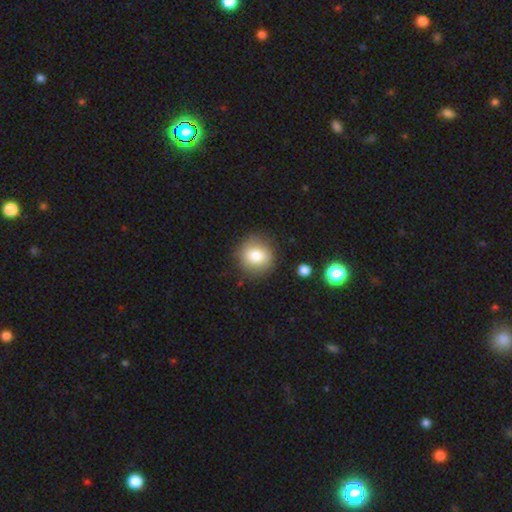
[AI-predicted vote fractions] Smooth or featured?
  - smooth: 79% *
  - featured or disk: 12%
  - star or artifact: 9%
How rounded?
  - round: 90% *
  - in between: 9%
  - cigar-shaped: 1%
Merging?
  - none: 83% *
  - minor disturbance: 11%
  - major disturbance: 3%
  - merger: 2%